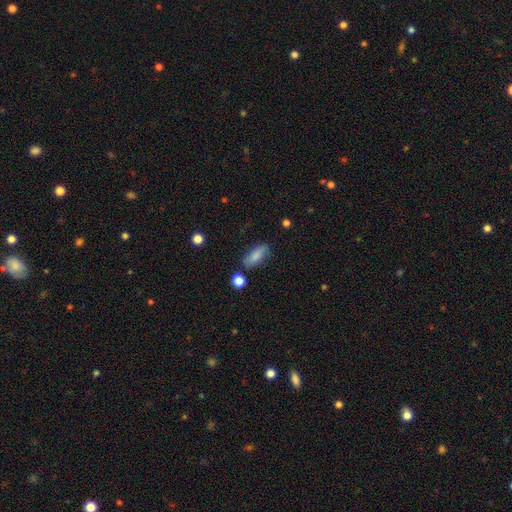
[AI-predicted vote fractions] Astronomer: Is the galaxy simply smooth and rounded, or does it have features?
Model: smooth — 81%.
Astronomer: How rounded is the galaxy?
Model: in between — 70%.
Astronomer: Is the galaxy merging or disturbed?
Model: none — 76%.